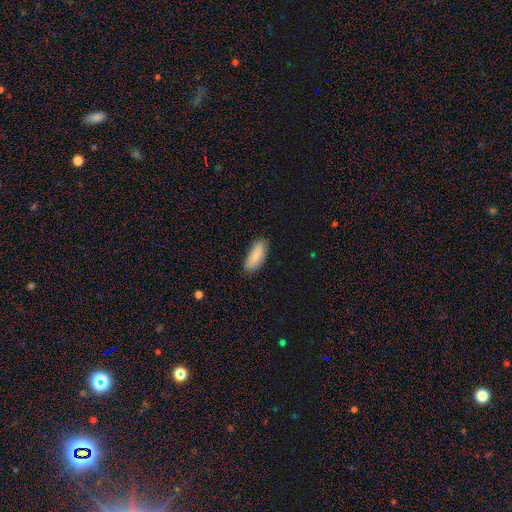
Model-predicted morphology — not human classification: A smooth galaxy with no disk features (83%) that is in between round and cigar-shaped (79%). Merging: none (77%).